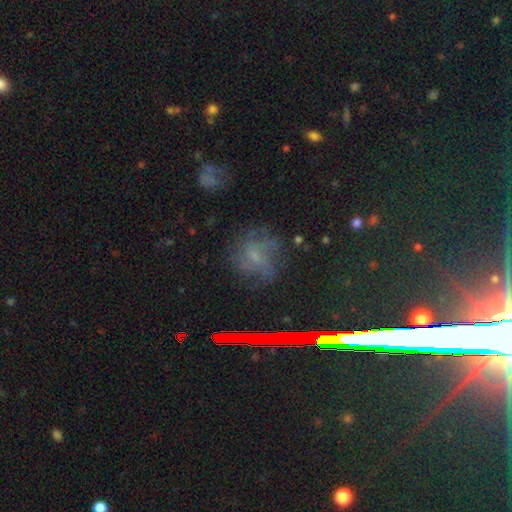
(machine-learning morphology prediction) Smooth or featured? Predicted: smooth (p=0.36). Merging? Predicted: none (p=0.58).